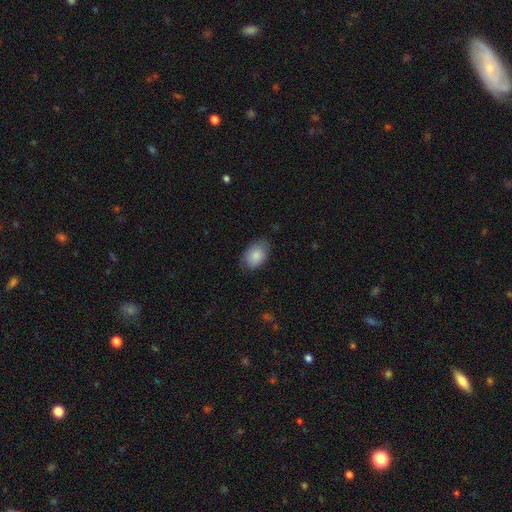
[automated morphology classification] Smooth or featured? smooth (84%)
How rounded? in between (85%)
Merging? none (73%)